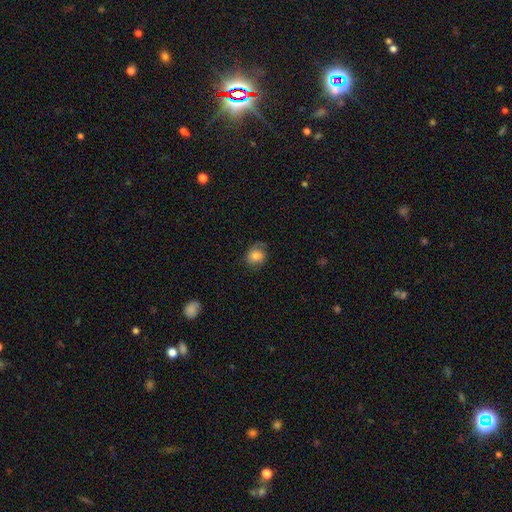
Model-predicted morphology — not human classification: Q: Smooth or featured?
A: smooth (74%); runner-up: featured or disk (17%)
Q: How rounded?
A: round (60%); runner-up: in between (39%)
Q: Merging?
A: none (64%); runner-up: minor disturbance (25%)